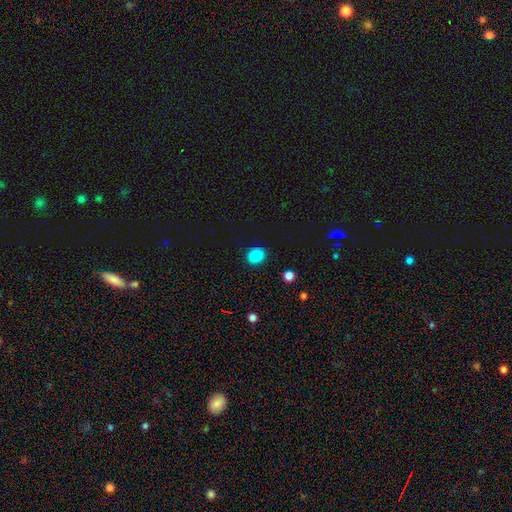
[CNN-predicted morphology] This appears to be a smooth galaxy with no disk features (87%) that is round (56%). Merging: none (88%).